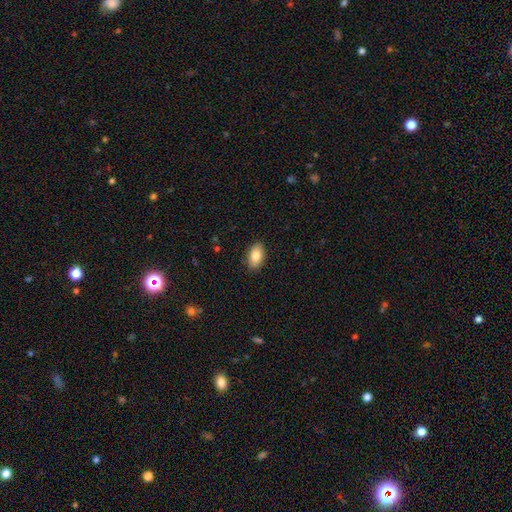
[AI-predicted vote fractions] Smooth or featured: smooth — 83% (featured or disk — 10%)
How rounded: in between — 92% (round — 5%)
Merging: none — 89% (minor disturbance — 8%)